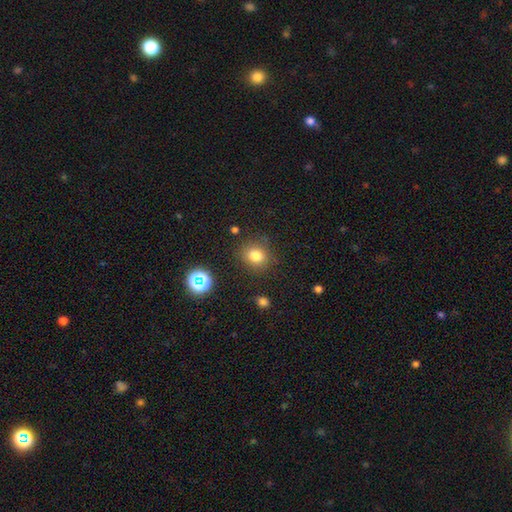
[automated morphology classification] This appears to be a smooth galaxy with no disk features (79%) that is round (73%). Merging: none (83%).